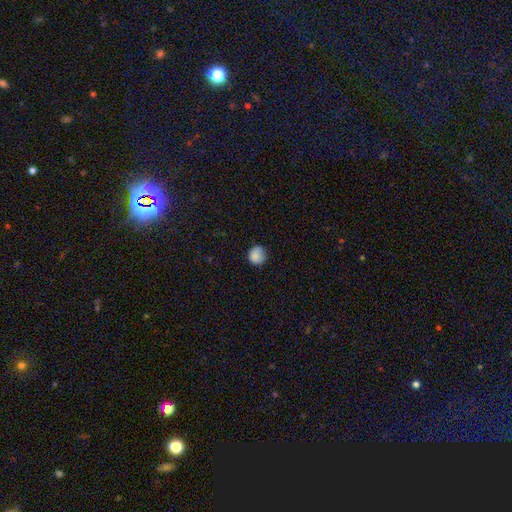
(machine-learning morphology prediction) This appears to be a smooth galaxy with no disk features (87%) that is round (89%). Merging: none (72%).